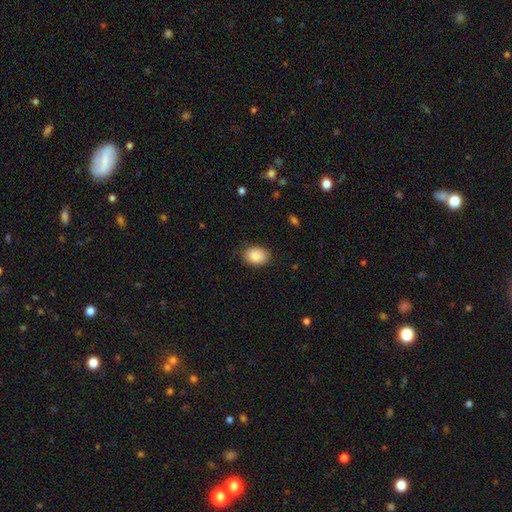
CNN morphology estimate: This is clearly a smooth galaxy (89%). How rounded: likely in between (73%). Merging: clearly none (82%).